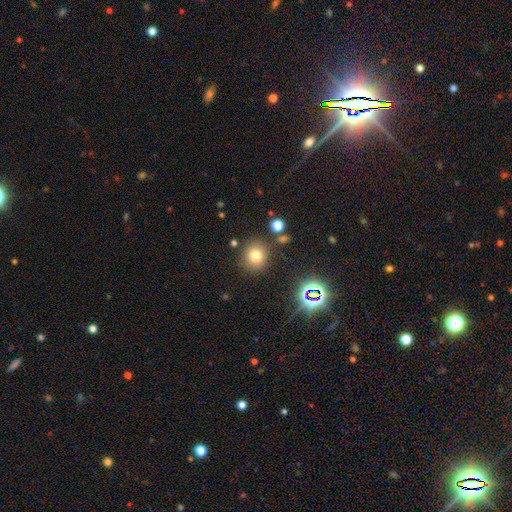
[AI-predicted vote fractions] smooth 74%, star or artifact 17%, featured or disk 9%. Down the decision tree: how rounded — round (85%); merging — none (81%).